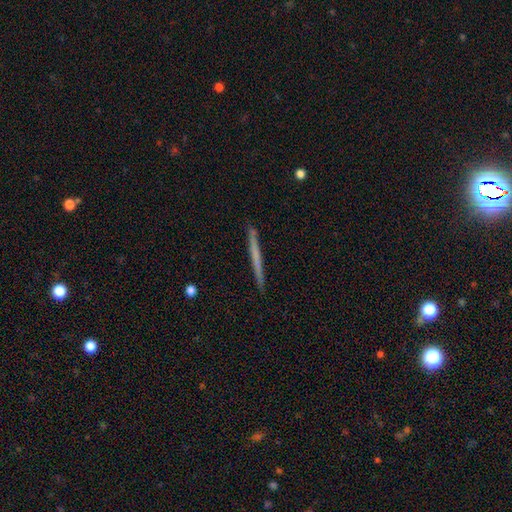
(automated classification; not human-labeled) This appears to be a smooth galaxy with no disk features (49%). Merging: none (92%).